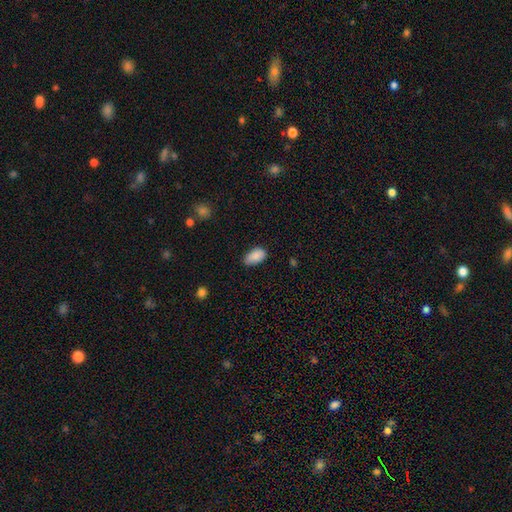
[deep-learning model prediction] Smooth or featured?
  - smooth: 88% *
  - star or artifact: 7%
  - featured or disk: 5%
How rounded?
  - in between: 94% *
  - round: 4%
  - cigar-shaped: 2%
Merging?
  - none: 73% *
  - minor disturbance: 22%
  - major disturbance: 3%
  - merger: 1%